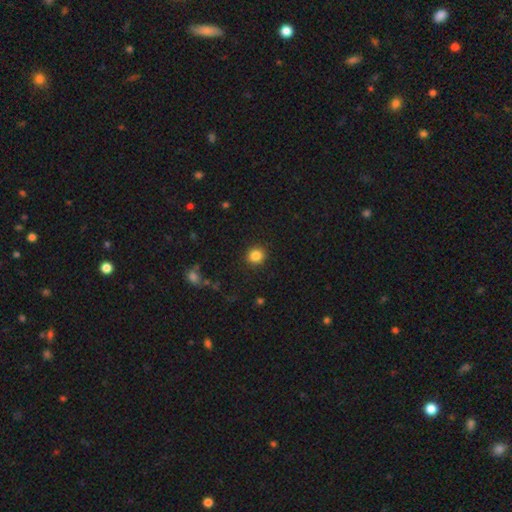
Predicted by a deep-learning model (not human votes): smooth-or-featured: smooth: 85% | star or artifact: 11% | featured or disk: 4%
  how-rounded: round: 86% | in between: 13% | cigar-shaped: 1%
  merging: none: 91% | minor disturbance: 6% | major disturbance: 2% | merger: 1%